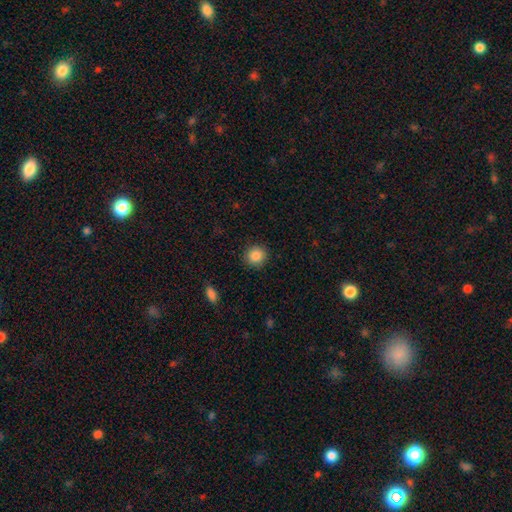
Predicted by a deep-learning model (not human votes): Smooth or featured? Predicted: smooth (p=0.86). How rounded? Predicted: round (p=0.90). Merging? Predicted: none (p=0.90).